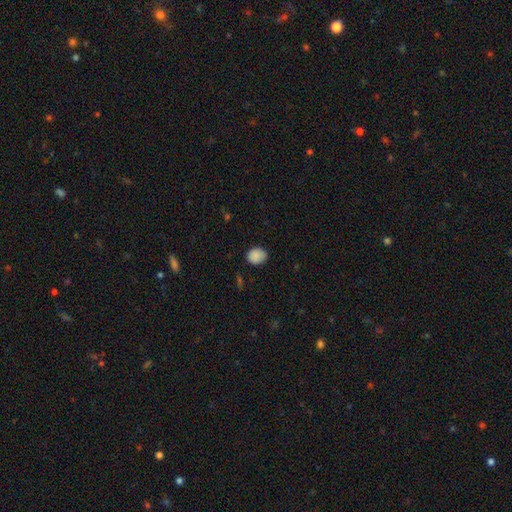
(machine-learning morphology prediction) A smooth galaxy with no disk features (88%) that is round (63%). Merging: none (80%).